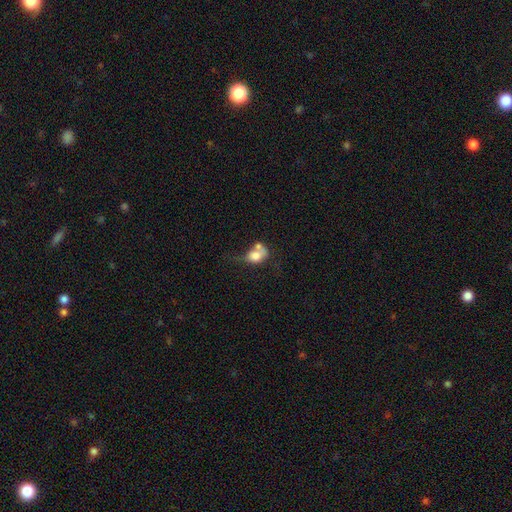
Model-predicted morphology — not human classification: Smooth or featured? Predicted: smooth (p=0.68). How rounded? Predicted: in between (p=0.61). Merging? Predicted: merger (p=0.42).